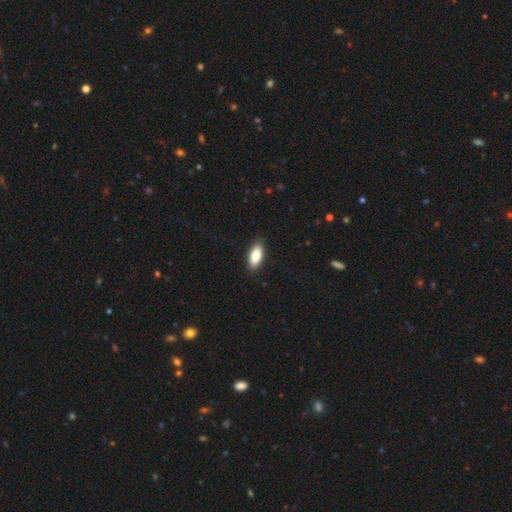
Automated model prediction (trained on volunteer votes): smooth_or_featured: smooth (p=0.83) [alt: featured or disk p=0.11]
how_rounded: in between (p=0.85) [alt: cigar-shaped p=0.13]
merging: none (p=0.89) [alt: minor disturbance p=0.09]